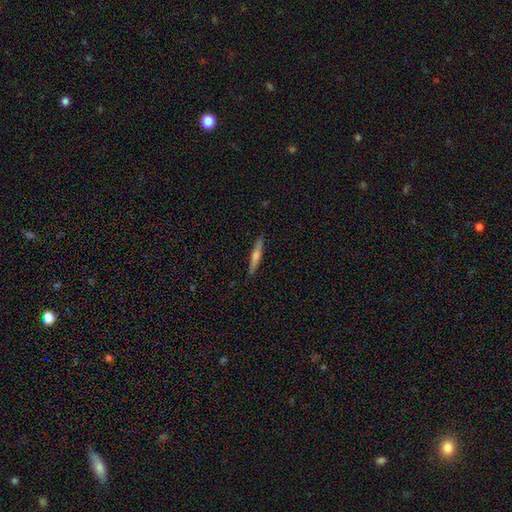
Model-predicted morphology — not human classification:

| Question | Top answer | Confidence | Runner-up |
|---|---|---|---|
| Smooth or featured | featured or disk | 50% | smooth (44%) |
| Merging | none | 90% | minor disturbance (7%) |